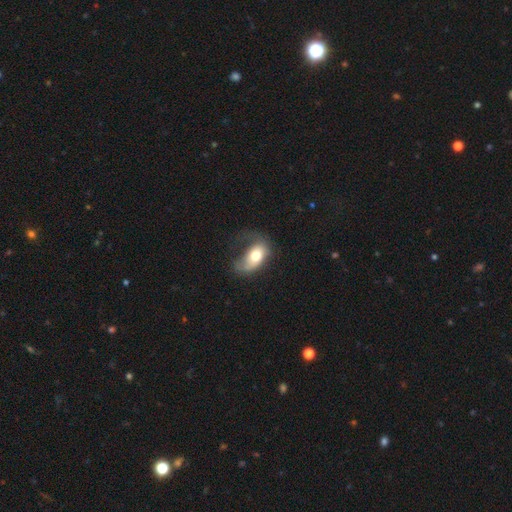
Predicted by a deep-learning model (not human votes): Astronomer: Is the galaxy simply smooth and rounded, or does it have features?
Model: smooth — 63%.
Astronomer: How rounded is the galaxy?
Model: in between — 88%.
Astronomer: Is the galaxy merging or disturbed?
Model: major disturbance — 43% (runner-up: minor disturbance, 28%).